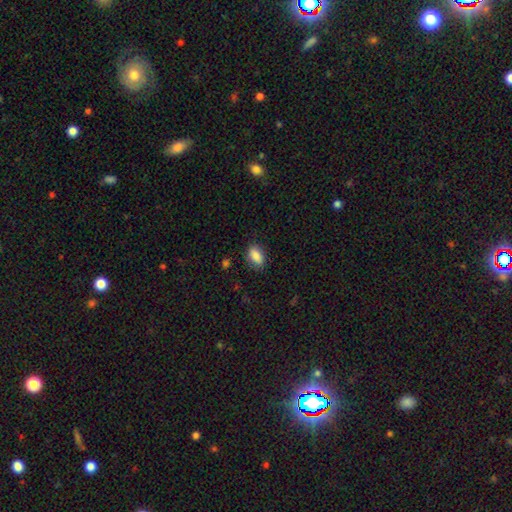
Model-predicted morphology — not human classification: smooth 87%, star or artifact 8%, featured or disk 5%. Down the decision tree: how rounded — in between (89%); merging — none (81%).